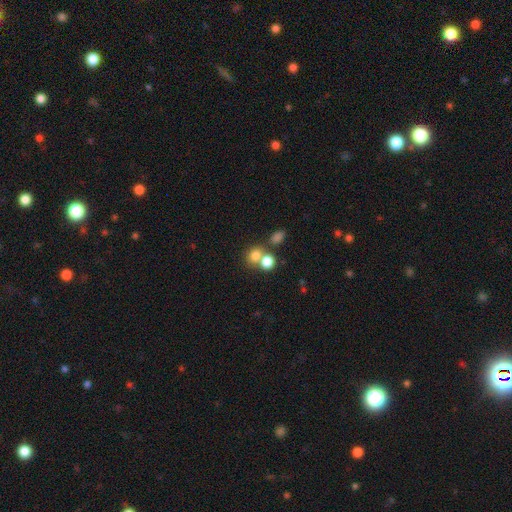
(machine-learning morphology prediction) type=smooth (76%); roundness=round (73%); merging=merger (45%).